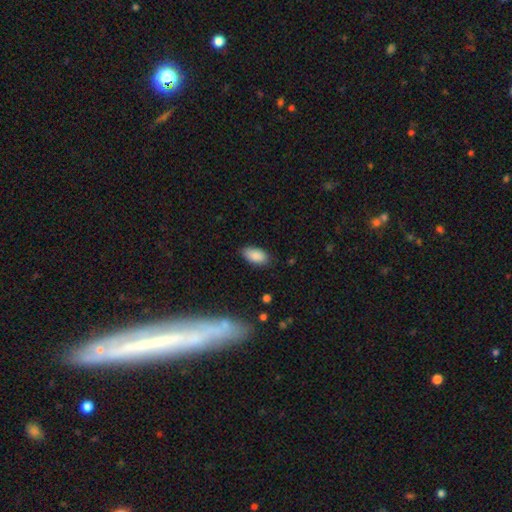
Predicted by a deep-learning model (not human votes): A smooth galaxy with no disk features (88%) that is in between round and cigar-shaped (93%). Merging: none (83%).